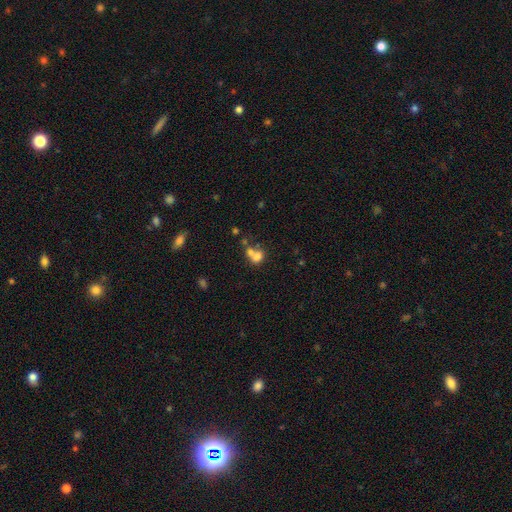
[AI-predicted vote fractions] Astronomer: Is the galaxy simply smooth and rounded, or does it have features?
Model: smooth — 70%.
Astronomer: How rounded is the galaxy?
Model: round — 56% (runner-up: in between, 43%).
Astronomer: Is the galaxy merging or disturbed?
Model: merger — 57%.